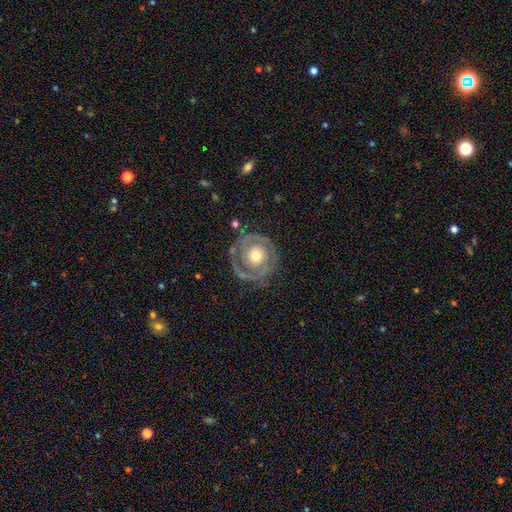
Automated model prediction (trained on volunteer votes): featured or disk 76%, smooth 19%, star or artifact 5%. Down the decision tree: edge-on disk — no (97%); bar — no (83%); spiral arms — yes (74%); spiral arm count — 2 (58%); spiral winding — tight (67%); bulge size — moderate (67%); merging — none (77%).